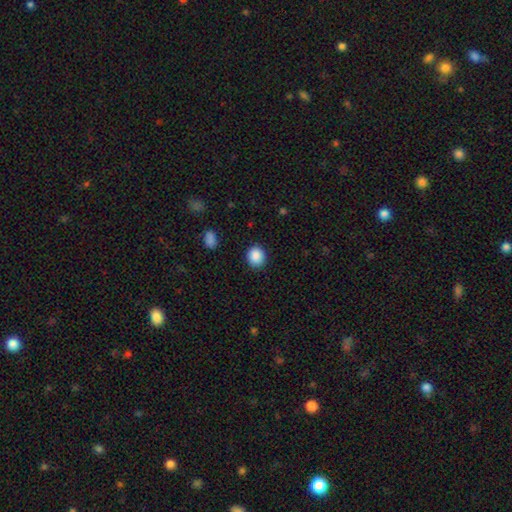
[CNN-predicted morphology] smooth 89%, star or artifact 8%, featured or disk 3%. Down the decision tree: how rounded — round (75%); merging — none (89%).